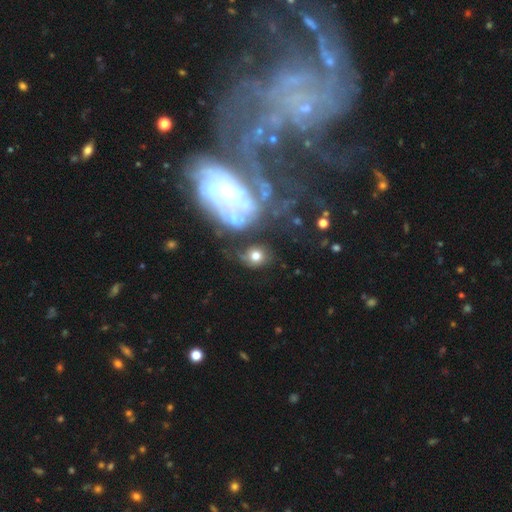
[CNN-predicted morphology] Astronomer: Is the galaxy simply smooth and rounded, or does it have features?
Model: smooth — 61%.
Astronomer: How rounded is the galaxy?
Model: round — 73%.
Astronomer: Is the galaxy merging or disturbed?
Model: none — 52%.